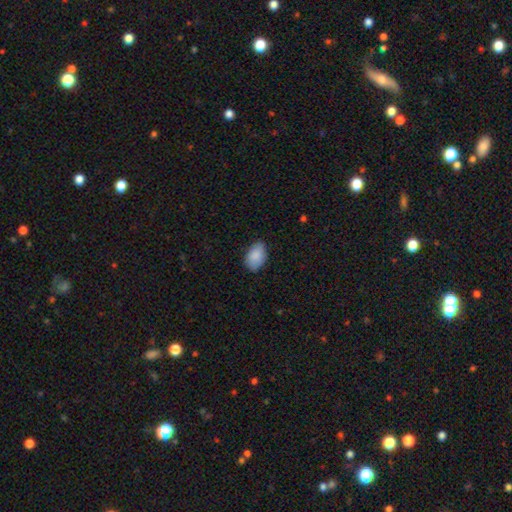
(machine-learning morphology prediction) smooth 89%, star or artifact 6%, featured or disk 5%. Down the decision tree: how rounded — in between (91%); merging — none (81%).